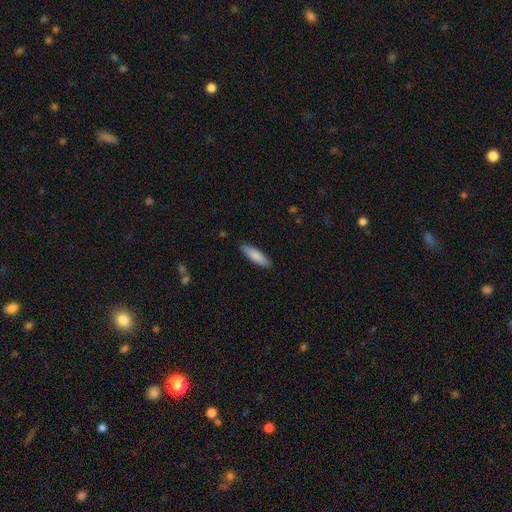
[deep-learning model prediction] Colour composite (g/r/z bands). It shows a smooth galaxy with no disk features (85%) that is cigar-shaped (70%). Merging: none (89%).